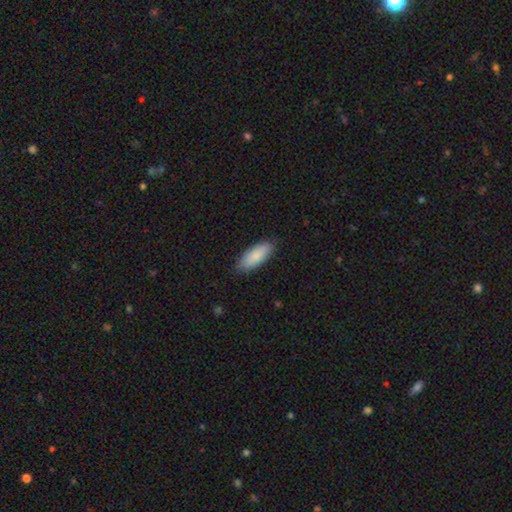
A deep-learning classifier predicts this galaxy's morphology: Smooth or featured? Predicted: smooth (p=0.86). How rounded? Predicted: in between (p=0.77). Merging? Predicted: none (p=0.85).